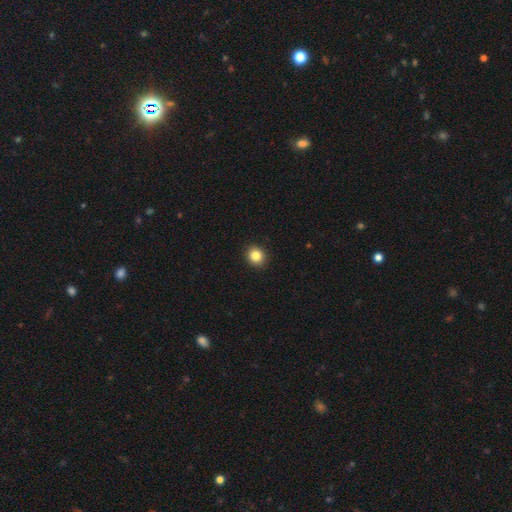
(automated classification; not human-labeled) Q: Smooth or featured?
A: smooth (85%); runner-up: star or artifact (10%)
Q: How rounded?
A: round (79%); runner-up: in between (20%)
Q: Merging?
A: none (92%); runner-up: minor disturbance (5%)